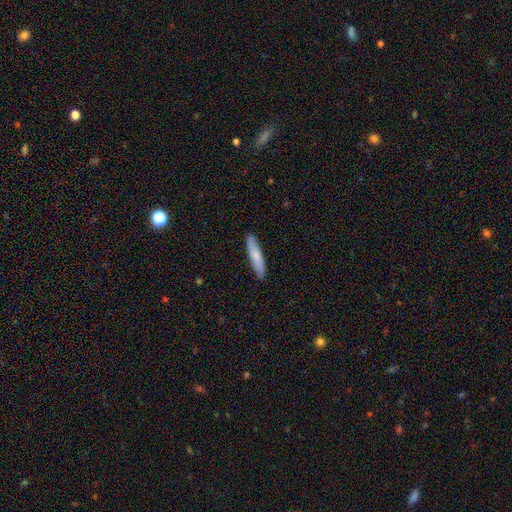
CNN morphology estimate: Smooth or featured? Predicted: smooth (p=0.73). How rounded? Predicted: cigar-shaped (p=0.87). Merging? Predicted: none (p=0.89).